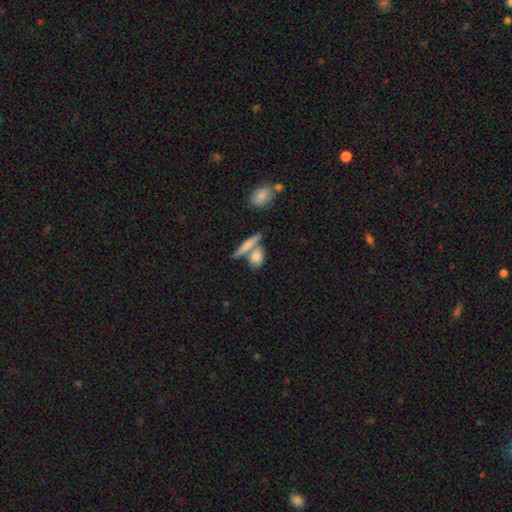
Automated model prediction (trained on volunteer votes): Smooth or featured?
  - smooth: 61% *
  - featured or disk: 24%
  - star or artifact: 16%
How rounded?
  - in between: 42% *
  - cigar-shaped: 35%
  - round: 23%
Merging?
  - none: 53% *
  - merger: 32%
  - minor disturbance: 10%
  - major disturbance: 5%